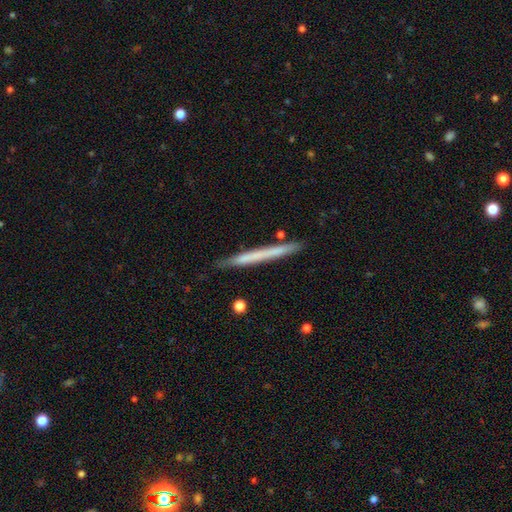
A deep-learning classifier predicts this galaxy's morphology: Q: Smooth or featured?
A: smooth (55%); runner-up: featured or disk (39%)
Q: How rounded?
A: cigar-shaped (97%); runner-up: in between (2%)
Q: Merging?
A: none (85%); runner-up: minor disturbance (11%)